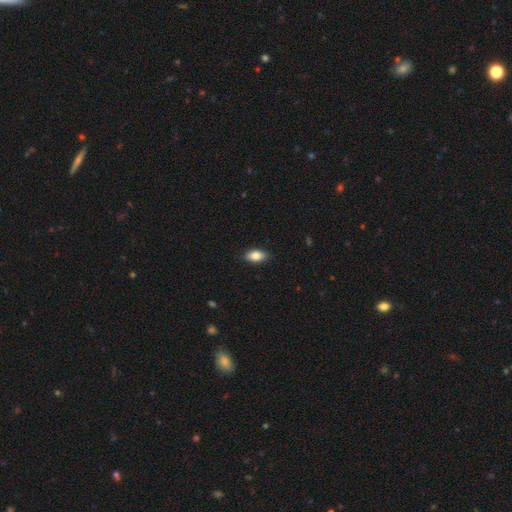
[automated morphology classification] This appears to be a smooth galaxy with no disk features (84%) that is in between round and cigar-shaped (91%). Merging: none (89%).